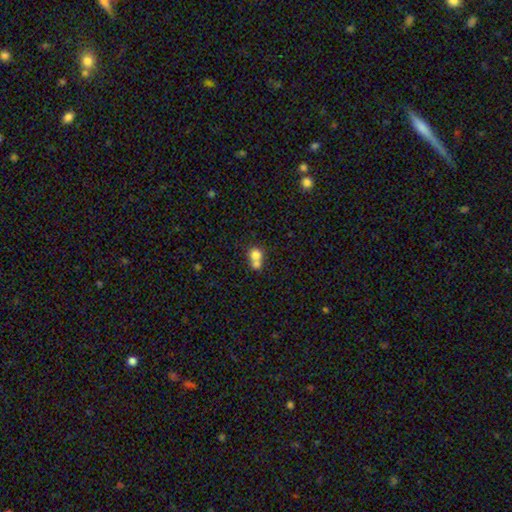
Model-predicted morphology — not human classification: smooth 75%, featured or disk 14%, star or artifact 10%. Down the decision tree: how rounded — round (77%); merging — merger (64%).